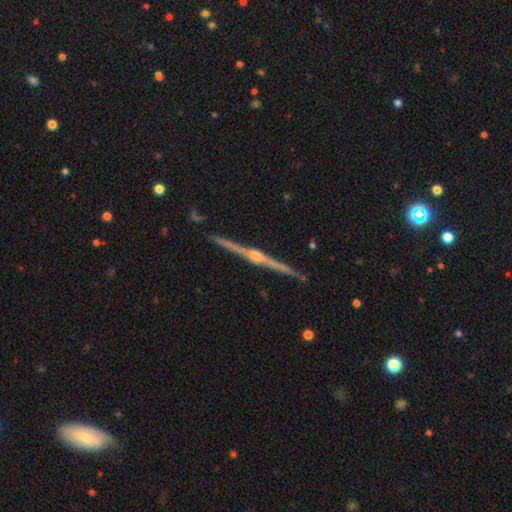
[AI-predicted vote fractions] smooth-or-featured: featured or disk: 90% | star or artifact: 5% | smooth: 5%
  disk-edge-on: yes: 99% | no: 1%
    edge-on-bulge: rounded: 93% | boxy: 4% | none: 3%
  merging: none: 92% | minor disturbance: 6% | merger: 1% | major disturbance: 1%